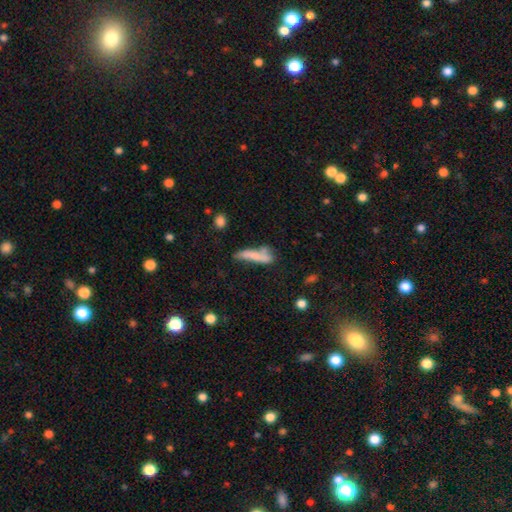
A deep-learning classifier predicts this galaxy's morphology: This is likely a smooth galaxy (63%). How rounded: likely cigar-shaped (73%). Merging: marginally none (38%).